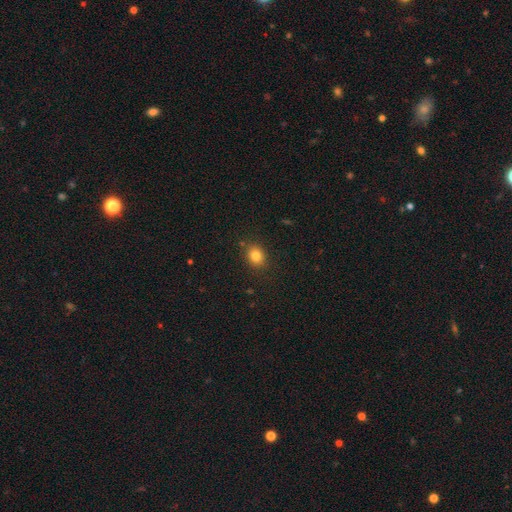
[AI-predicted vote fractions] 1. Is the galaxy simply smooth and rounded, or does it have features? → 82% smooth, 12% star or artifact, 7% featured or disk.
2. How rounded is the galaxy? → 57% round, 42% in between, 1% cigar-shaped.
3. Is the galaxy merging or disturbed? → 86% none, 9% minor disturbance, 3% major disturbance, 2% merger.